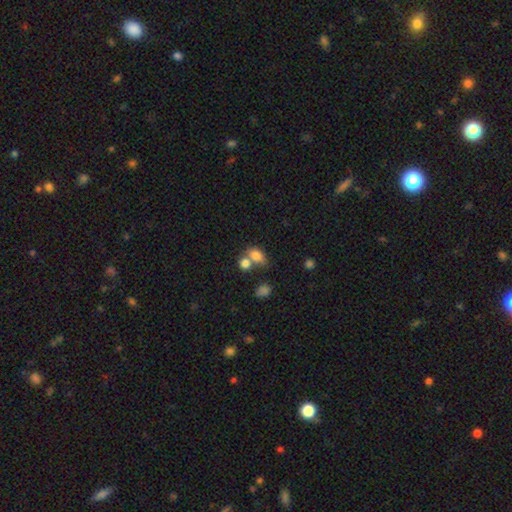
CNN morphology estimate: Q: Smooth or featured?
A: smooth (78%); runner-up: featured or disk (11%)
Q: How rounded?
A: in between (72%); runner-up: round (26%)
Q: Merging?
A: merger (48%); runner-up: none (35%)